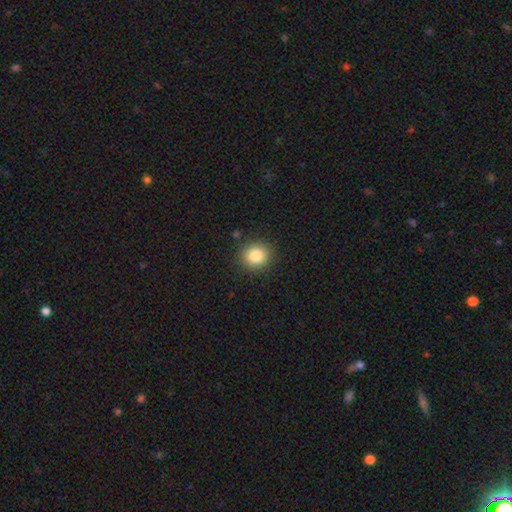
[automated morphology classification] Overall: smooth (84%). How rounded: round (87%). Merging: none (89%).